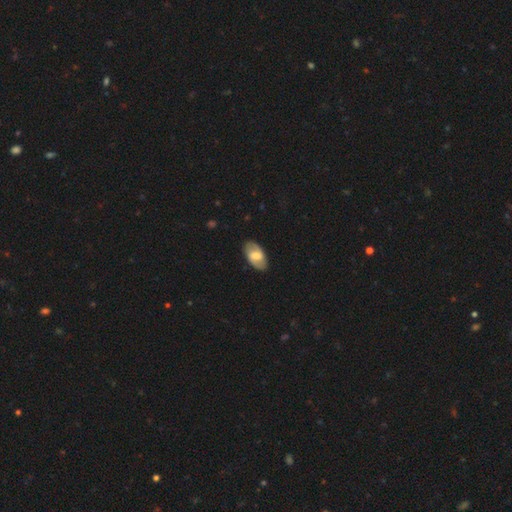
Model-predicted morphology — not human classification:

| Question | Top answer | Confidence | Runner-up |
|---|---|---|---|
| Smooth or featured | featured or disk | 54% | smooth (40%) |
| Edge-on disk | no | 94% | yes (6%) |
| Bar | weak | 51% | strong (27%) |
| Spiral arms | yes | 73% | no (27%) |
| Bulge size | moderate | 50% | small (24%) |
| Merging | none | 85% | minor disturbance (11%) |